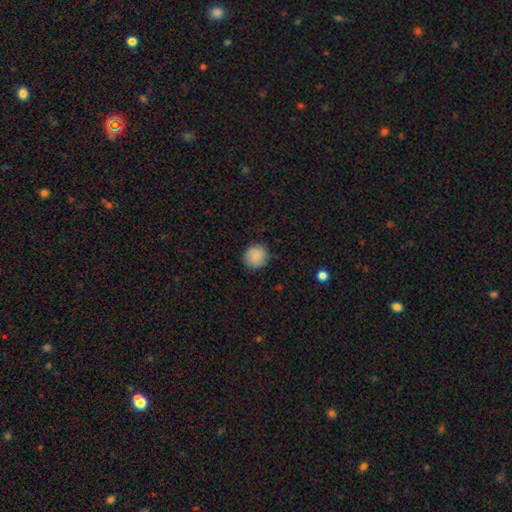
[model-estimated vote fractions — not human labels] Smooth or featured: smooth — 83% (featured or disk — 9%)
How rounded: round — 89% (in between — 10%)
Merging: none — 86% (minor disturbance — 10%)